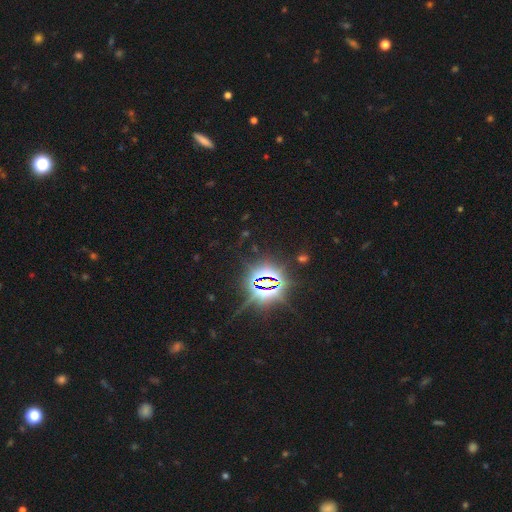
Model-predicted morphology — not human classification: Overall: star or artifact (84%).